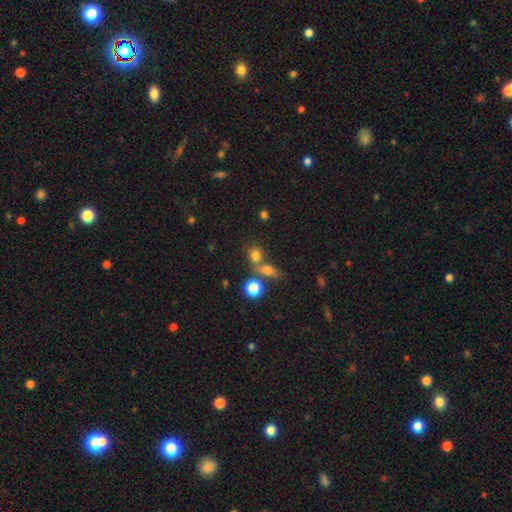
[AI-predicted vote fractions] The model was most divided on "merging": none: 54%, merger: 31%, minor disturbance: 9%, major disturbance: 5%. More confident: smooth or featured — smooth (76%); how rounded — round (74%).